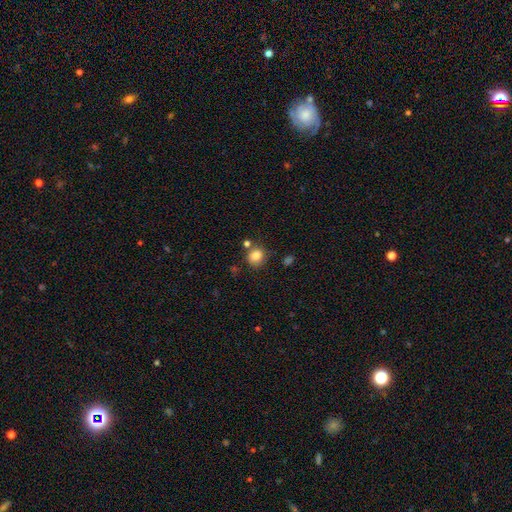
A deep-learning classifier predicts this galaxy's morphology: smooth 83%, star or artifact 11%, featured or disk 6%. Down the decision tree: how rounded — round (74%); merging — none (74%).